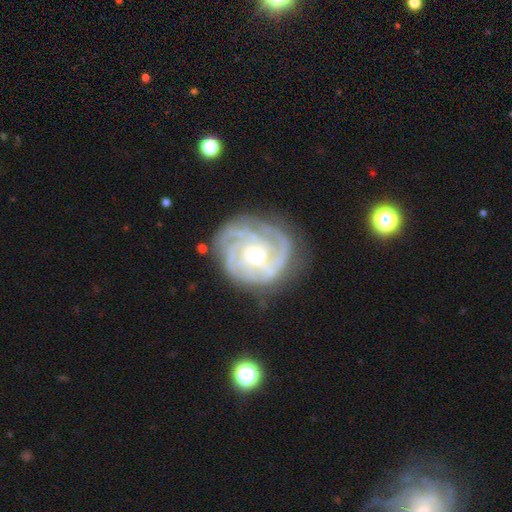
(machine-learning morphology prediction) This appears to be a featured or disk galaxy (87%) with no bar (61%), 3 (31%) tight (68%) spiral arms (96%) and a moderate central bulge (57%). Merging: none (73%).